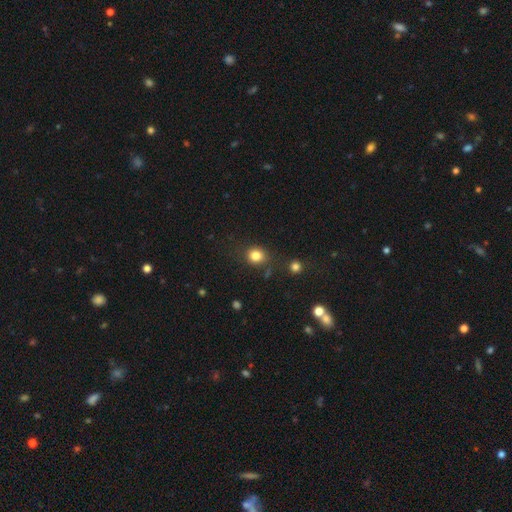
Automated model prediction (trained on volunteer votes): smooth 83%, star or artifact 12%, featured or disk 6%. Down the decision tree: how rounded — round (76%); merging — none (79%).